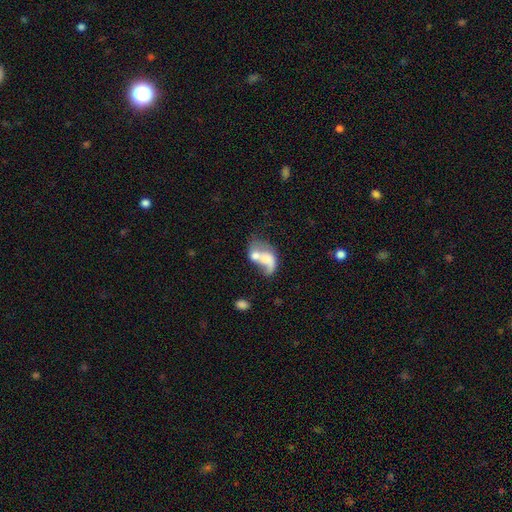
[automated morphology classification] This is possibly a featured or disk galaxy (48%). Merging: likely merger (62%).